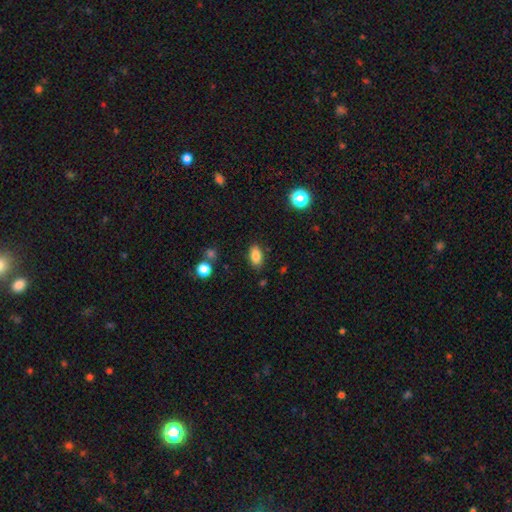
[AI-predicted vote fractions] This is clearly a smooth galaxy (85%). How rounded: clearly in between (89%). Merging: clearly none (86%).